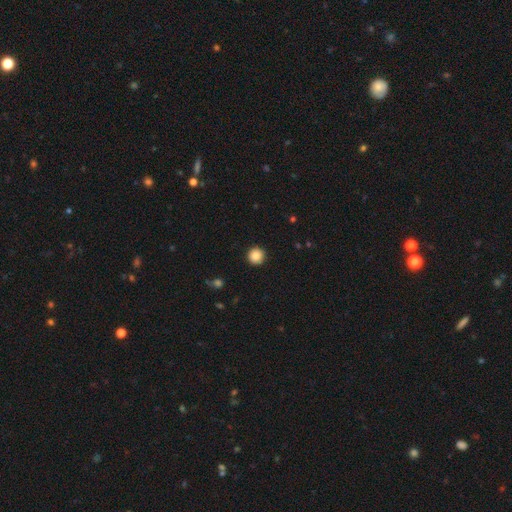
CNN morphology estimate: smooth_or_featured: smooth (p=0.87) [alt: star or artifact p=0.09]
how_rounded: round (p=0.96) [alt: in between p=0.03]
merging: none (p=0.93) [alt: minor disturbance p=0.05]